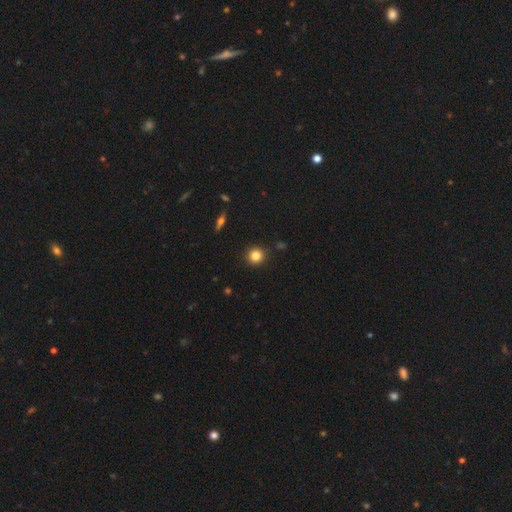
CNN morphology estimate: smooth-or-featured: smooth: 84% | star or artifact: 11% | featured or disk: 6%
  how-rounded: round: 93% | in between: 6% | cigar-shaped: 1%
  merging: none: 91% | minor disturbance: 6% | major disturbance: 2% | merger: 1%